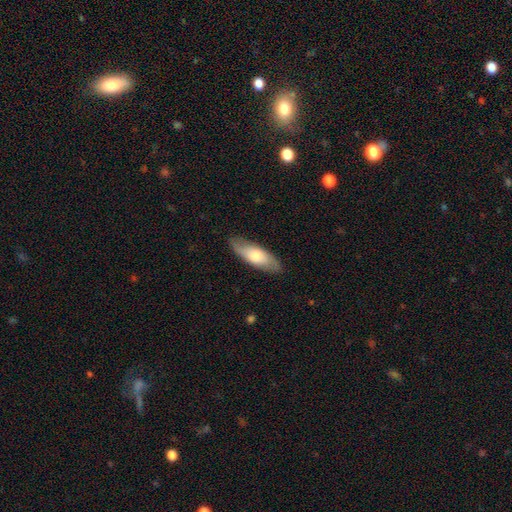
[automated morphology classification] type=smooth (61%); roundness=in between (65%); merging=none (84%).